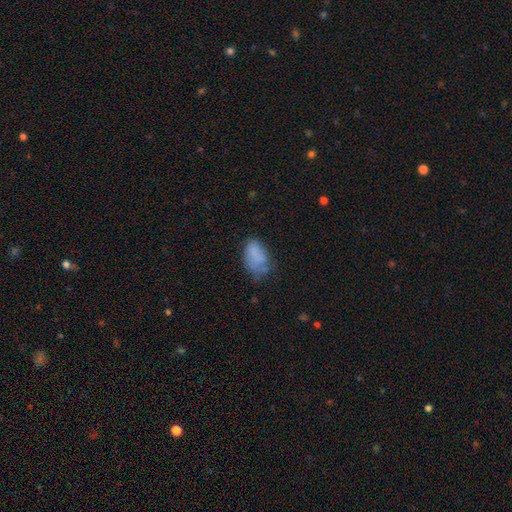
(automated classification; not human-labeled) smooth-or-featured: smooth: 74% | featured or disk: 16% | star or artifact: 10%
  how-rounded: in between: 91% | round: 8% | cigar-shaped: 2%
  merging: none: 44% | minor disturbance: 35% | major disturbance: 17% | merger: 4%